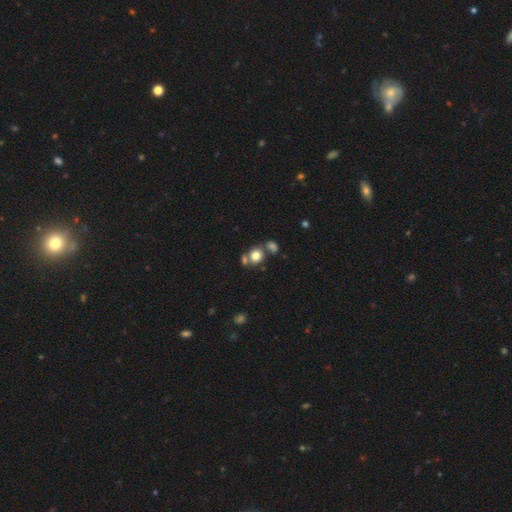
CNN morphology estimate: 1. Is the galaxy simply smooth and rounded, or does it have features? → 77% smooth, 12% star or artifact, 11% featured or disk.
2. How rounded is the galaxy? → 76% round, 23% in between, 1% cigar-shaped.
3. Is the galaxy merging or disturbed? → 54% none, 31% merger, 11% minor disturbance, 5% major disturbance.